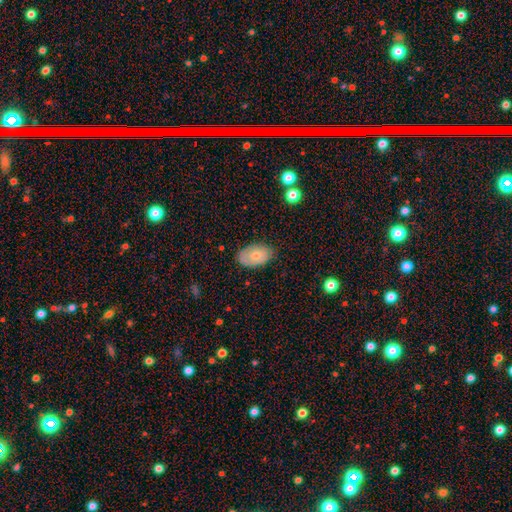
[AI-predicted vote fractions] A smooth galaxy with no disk features (66%) that is in between round and cigar-shaped (91%). Merging: none (76%).